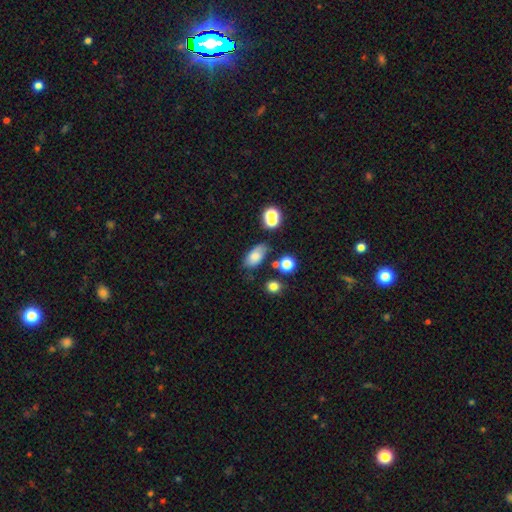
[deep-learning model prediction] Smooth or featured? Predicted: smooth (p=0.75). How rounded? Predicted: in between (p=0.89). Merging? Predicted: none (p=0.66).